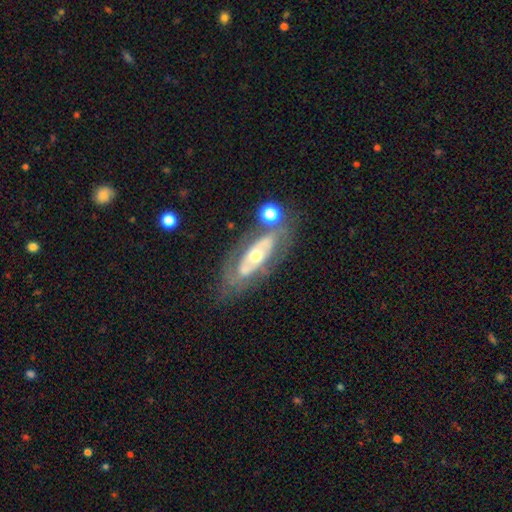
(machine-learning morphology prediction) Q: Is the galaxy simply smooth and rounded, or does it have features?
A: featured or disk — 70%.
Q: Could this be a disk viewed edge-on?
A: no — 84%.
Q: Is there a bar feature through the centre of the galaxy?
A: no — 79%.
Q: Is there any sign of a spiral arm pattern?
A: no — 67%.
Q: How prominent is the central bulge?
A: moderate — 65%.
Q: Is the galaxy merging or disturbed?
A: none — 66%.